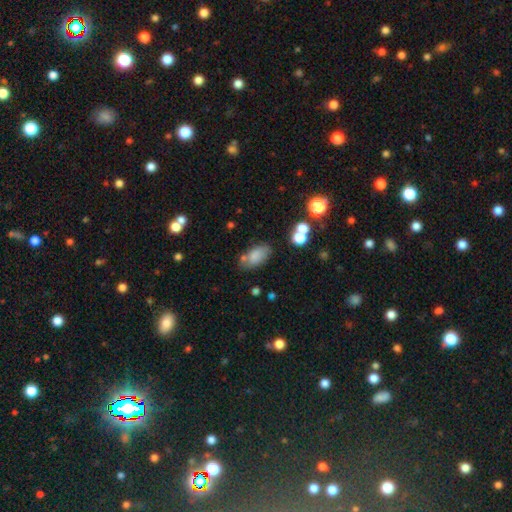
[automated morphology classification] smooth-or-featured: smooth: 80% | star or artifact: 10% | featured or disk: 10%
  how-rounded: in between: 91% | round: 6% | cigar-shaped: 3%
  merging: none: 64% | minor disturbance: 18% | merger: 11% | major disturbance: 6%